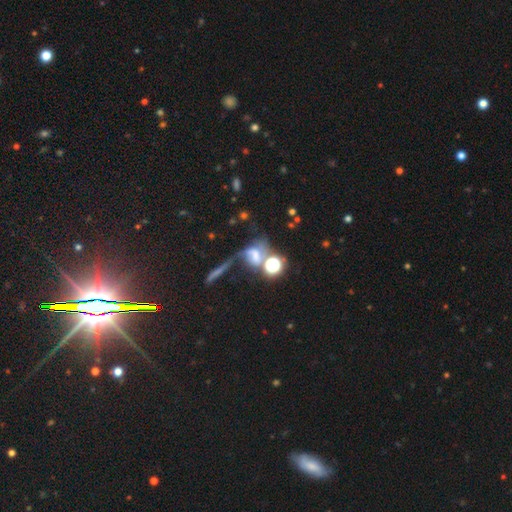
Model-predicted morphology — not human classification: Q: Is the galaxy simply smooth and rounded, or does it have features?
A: smooth — 38%.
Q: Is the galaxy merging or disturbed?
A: merger — 36%.